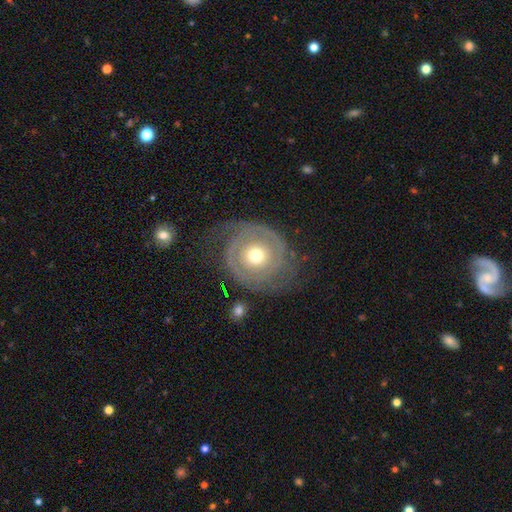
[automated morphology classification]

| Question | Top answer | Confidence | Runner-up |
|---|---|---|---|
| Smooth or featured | featured or disk | 74% | smooth (20%) |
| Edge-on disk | no | 97% | yes (3%) |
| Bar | no | 86% | weak (11%) |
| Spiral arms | yes | 74% | no (26%) |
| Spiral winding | tight | 63% | medium (22%) |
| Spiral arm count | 2 | 51% | can't tell (24%) |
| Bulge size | moderate | 65% | small (24%) |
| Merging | none | 62% | minor disturbance (18%) |